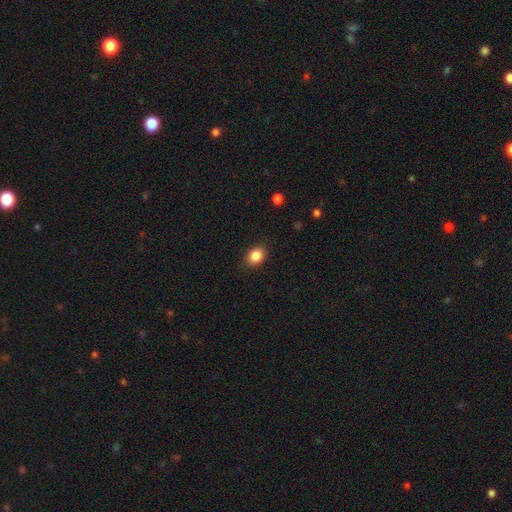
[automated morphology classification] This appears to be a smooth galaxy with no disk features (87%) that is in between round and cigar-shaped (68%). Merging: none (88%).